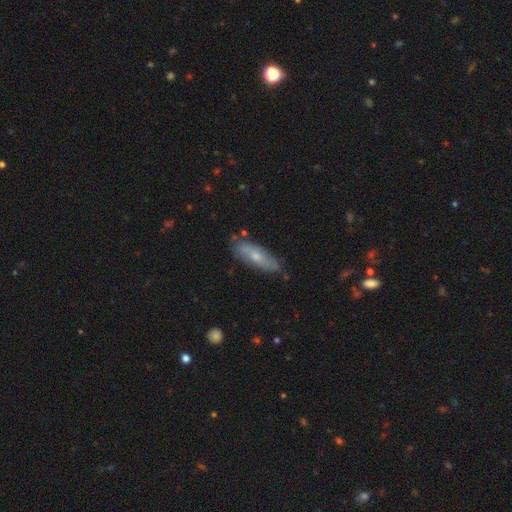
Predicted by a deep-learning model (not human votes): smooth-or-featured: smooth: 49% | featured or disk: 44% | star or artifact: 6%
  merging: none: 76% | minor disturbance: 18% | major disturbance: 3% | merger: 2%